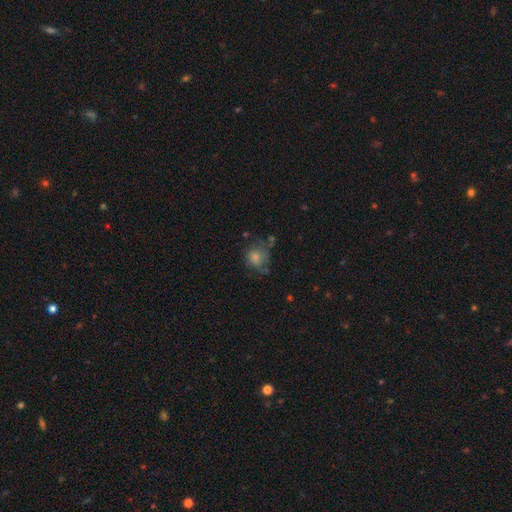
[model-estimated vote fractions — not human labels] Morphology: type=smooth (55%); roundness=round (68%); merging=none (52%).